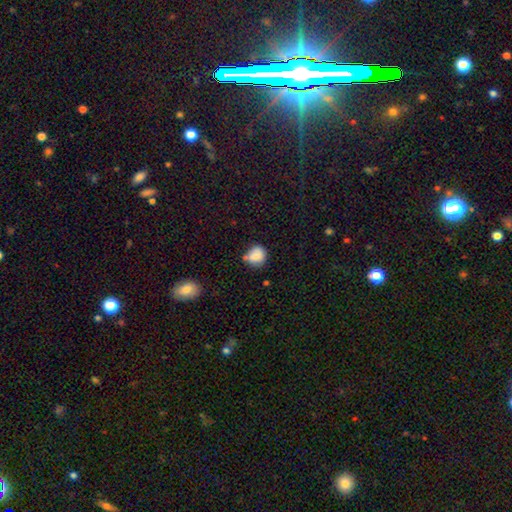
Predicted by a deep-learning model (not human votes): A smooth galaxy with no disk features (80%) that is round (80%). Merging: none (56%).